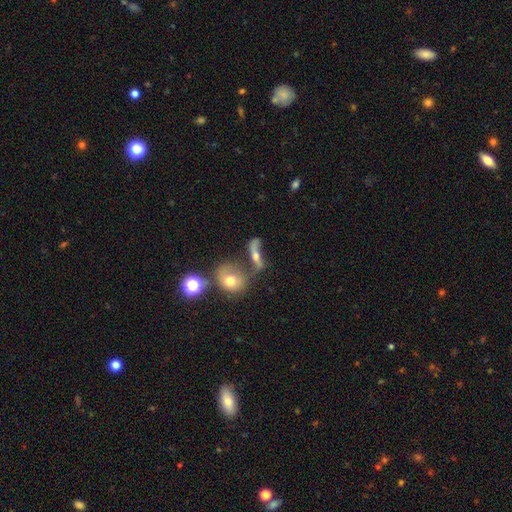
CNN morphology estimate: Smooth or featured? featured or disk (50%)
Edge-on disk? no (68%)
Merging? none (37%)